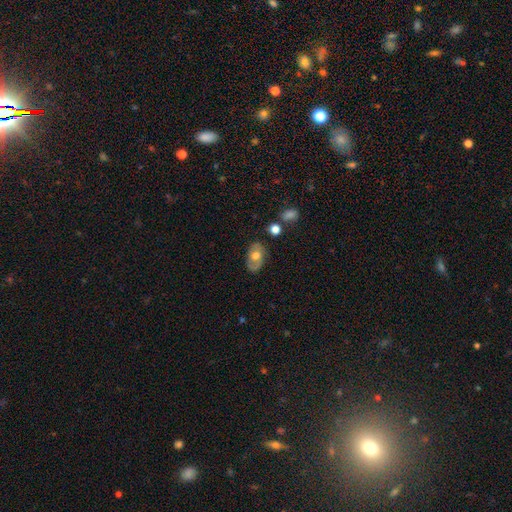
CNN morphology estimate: smooth_or_featured: smooth (p=0.47) [alt: featured or disk p=0.46]
merging: none (p=0.74) [alt: minor disturbance p=0.18]